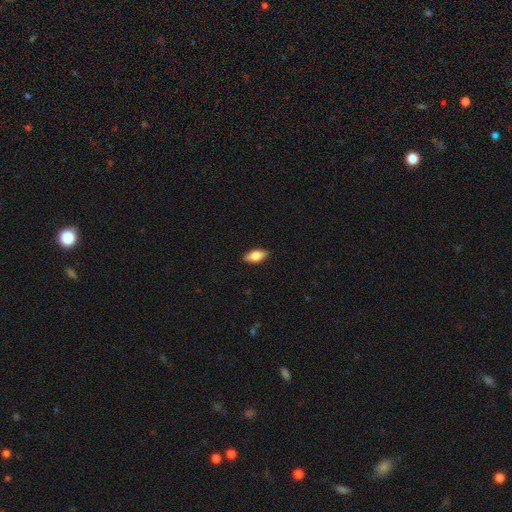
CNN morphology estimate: Q: Smooth or featured?
A: smooth (72%); runner-up: featured or disk (21%)
Q: How rounded?
A: in between (82%); runner-up: cigar-shaped (15%)
Q: Merging?
A: none (88%); runner-up: minor disturbance (9%)